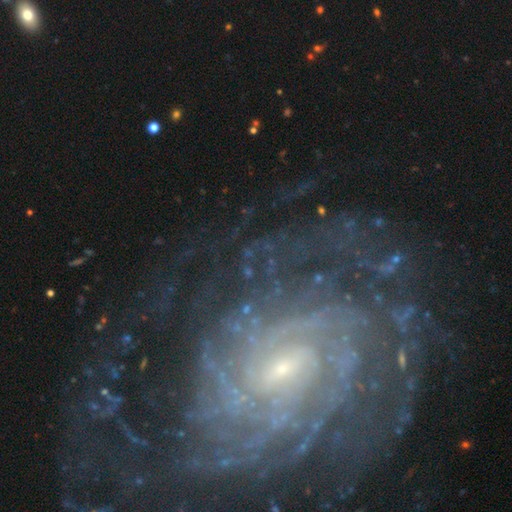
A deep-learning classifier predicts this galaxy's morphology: The model was most divided on "spiral arm count": can't tell: 29%, more than 4: 23%, 4: 16%, 2: 13%, 3: 11%, 1: 9%. Remaining: edge-on disk — no (97%); spiral arms — yes (97%); smooth or featured — featured or disk (87%); bulge size — small (82%); spiral winding — tight (70%); merging — none (70%); bar — weak (45%).